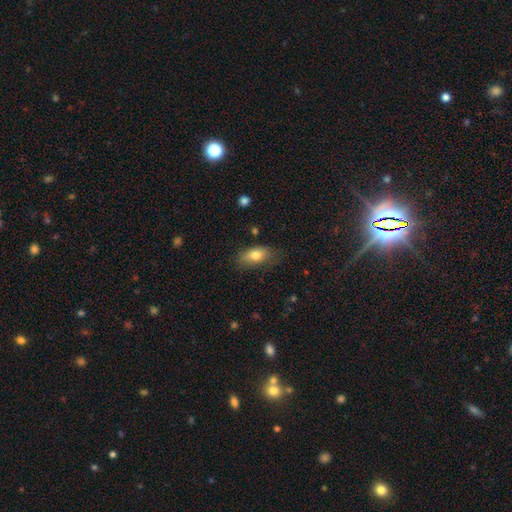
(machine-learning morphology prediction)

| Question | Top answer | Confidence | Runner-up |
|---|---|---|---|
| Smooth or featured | smooth | 77% | featured or disk (15%) |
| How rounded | in between | 86% | round (7%) |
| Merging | none | 69% | minor disturbance (23%) |